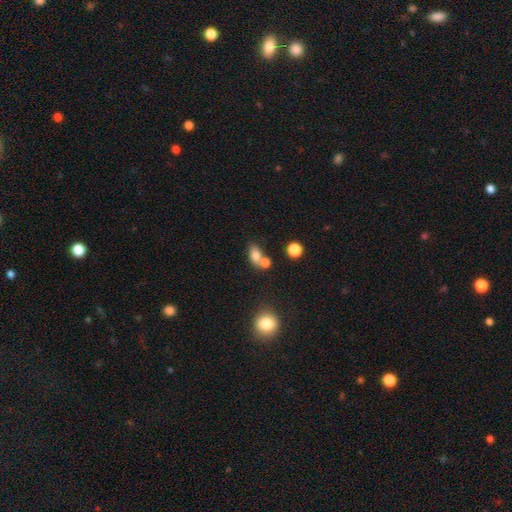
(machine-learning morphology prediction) A smooth galaxy with no disk features (78%) that is in between round and cigar-shaped (71%).

Vote fractions:
- Smooth or featured? smooth: 78% / star or artifact: 11% / featured or disk: 11%
- How rounded? in between: 71% / round: 26% / cigar-shaped: 3%
- Merging? none: 44% / merger: 40% / minor disturbance: 11% / major disturbance: 5%